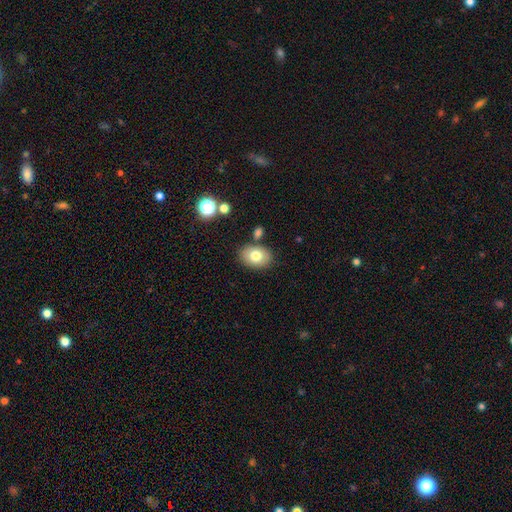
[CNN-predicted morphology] The model was most divided on "how rounded": in between: 78%, round: 21%, cigar-shaped: 1%. More confident: merging — none (78%); smooth or featured — smooth (77%).